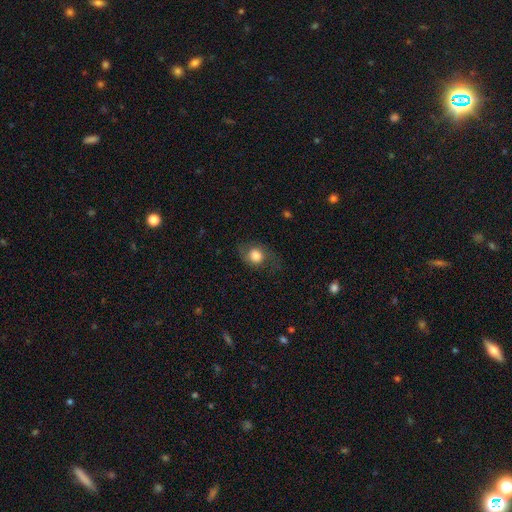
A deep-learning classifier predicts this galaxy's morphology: Q: Smooth or featured?
A: smooth (69%); runner-up: featured or disk (22%)
Q: How rounded?
A: round (62%); runner-up: in between (36%)
Q: Merging?
A: none (63%); runner-up: minor disturbance (21%)